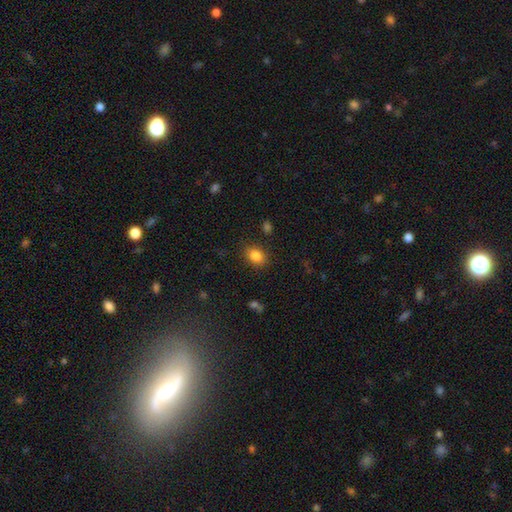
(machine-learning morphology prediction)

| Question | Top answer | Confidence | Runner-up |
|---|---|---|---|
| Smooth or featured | smooth | 85% | star or artifact (10%) |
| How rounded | in between | 63% | round (36%) |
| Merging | none | 85% | minor disturbance (10%) |